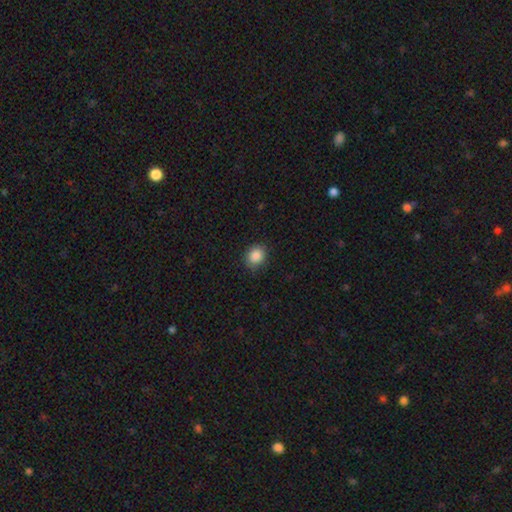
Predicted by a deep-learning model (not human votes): Smooth or featured?
  - smooth: 88% *
  - star or artifact: 9%
  - featured or disk: 3%
How rounded?
  - round: 71% *
  - in between: 28%
  - cigar-shaped: 1%
Merging?
  - none: 83% *
  - minor disturbance: 13%
  - major disturbance: 3%
  - merger: 1%